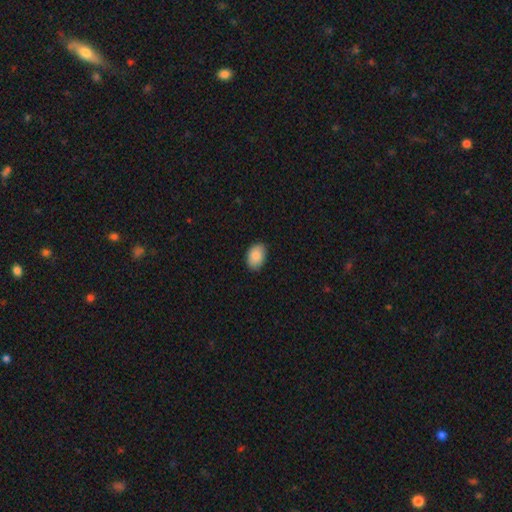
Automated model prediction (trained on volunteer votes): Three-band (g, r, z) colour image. It shows a smooth galaxy with no disk features (89%) that is in between round and cigar-shaped (88%). Merging: none (86%).